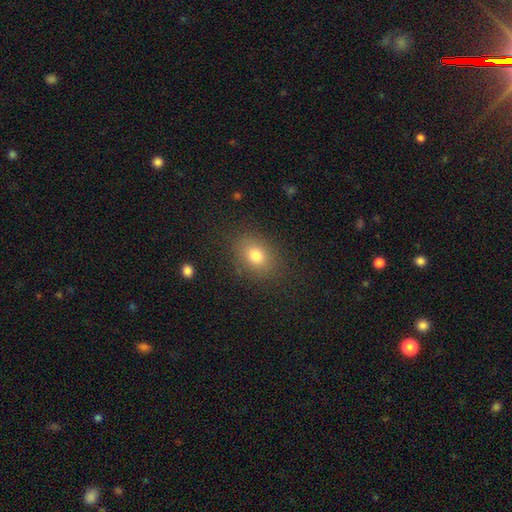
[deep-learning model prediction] Overall: smooth (78%). How rounded: in between (61%; round 38%). Merging: none (84%).